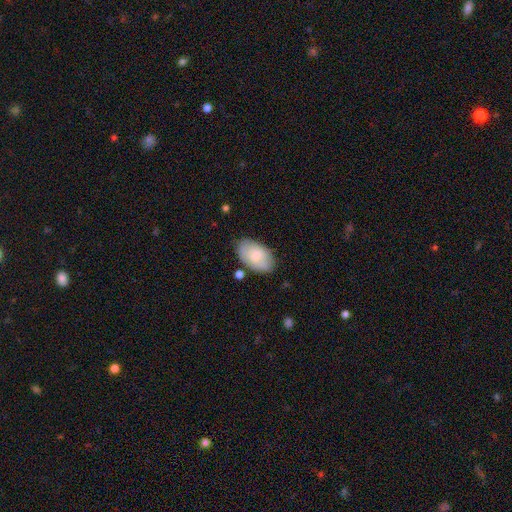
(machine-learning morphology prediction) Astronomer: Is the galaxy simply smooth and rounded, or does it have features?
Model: smooth — 72%.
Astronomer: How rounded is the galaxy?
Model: in between — 93%.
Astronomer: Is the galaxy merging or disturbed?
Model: none — 75%.